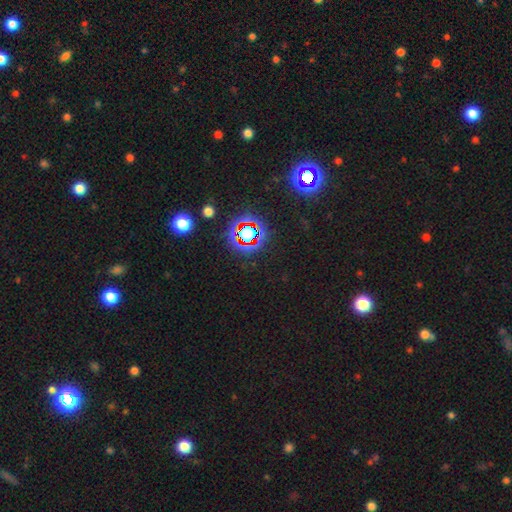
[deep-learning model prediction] A star or artifact, not a galaxy (76%).